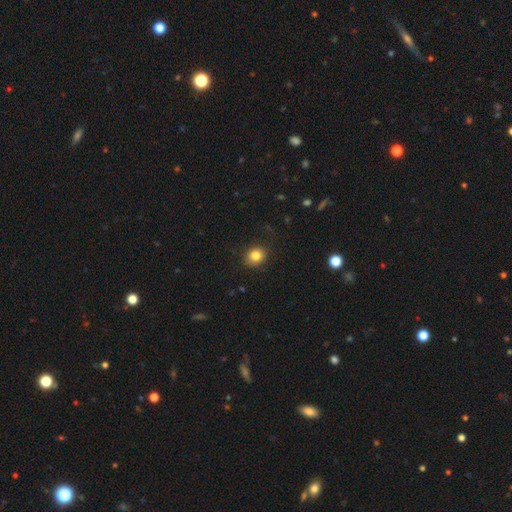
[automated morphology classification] Smooth or featured?
  - smooth: 83% *
  - star or artifact: 11%
  - featured or disk: 6%
How rounded?
  - round: 73% *
  - in between: 26%
  - cigar-shaped: 1%
Merging?
  - none: 87% *
  - minor disturbance: 9%
  - major disturbance: 2%
  - merger: 1%